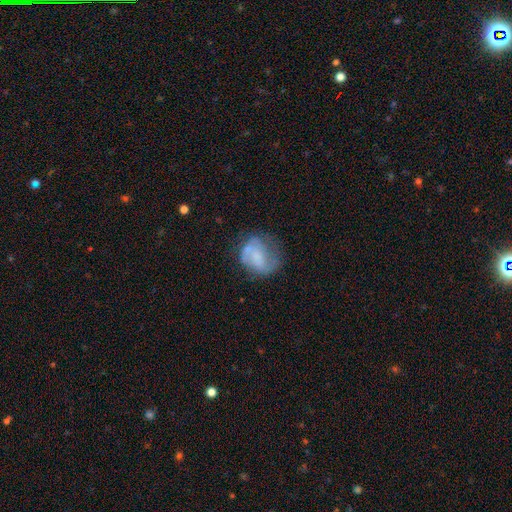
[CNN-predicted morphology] This is possibly a featured or disk galaxy (47%). Merging: possibly none (46%).